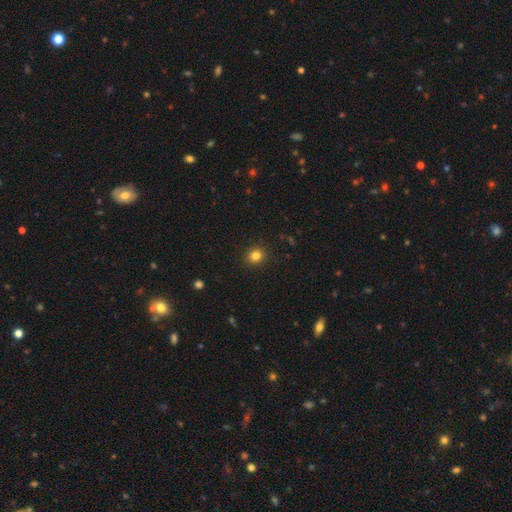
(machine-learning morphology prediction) smooth-or-featured: smooth: 83% | star or artifact: 12% | featured or disk: 5%
  how-rounded: round: 82% | in between: 18% | cigar-shaped: 1%
  merging: none: 90% | minor disturbance: 7% | major disturbance: 2% | merger: 1%